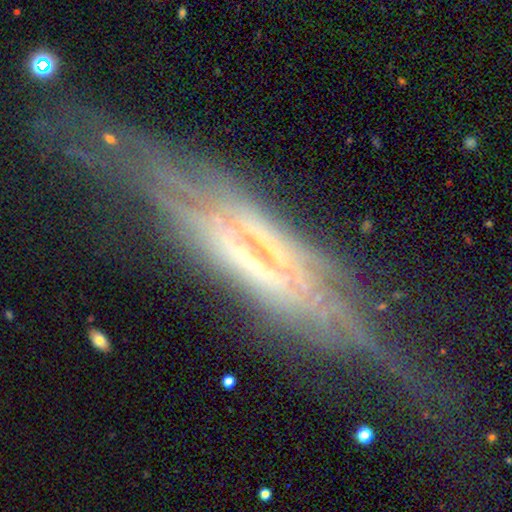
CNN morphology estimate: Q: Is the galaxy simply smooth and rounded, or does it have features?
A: featured or disk — 78%.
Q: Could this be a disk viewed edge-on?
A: yes — 82%.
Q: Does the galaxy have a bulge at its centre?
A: none — 41%.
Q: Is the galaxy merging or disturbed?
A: none — 56%.